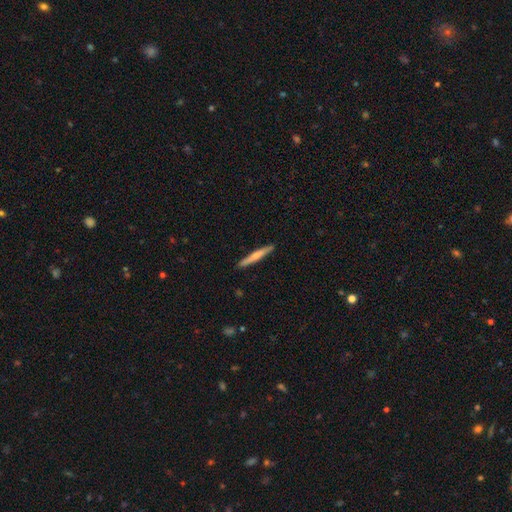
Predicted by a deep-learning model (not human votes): The model was most divided on "smooth or featured": smooth: 55%, featured or disk: 40%, star or artifact: 5%. More confident: how rounded — cigar-shaped (95%); merging — none (91%).